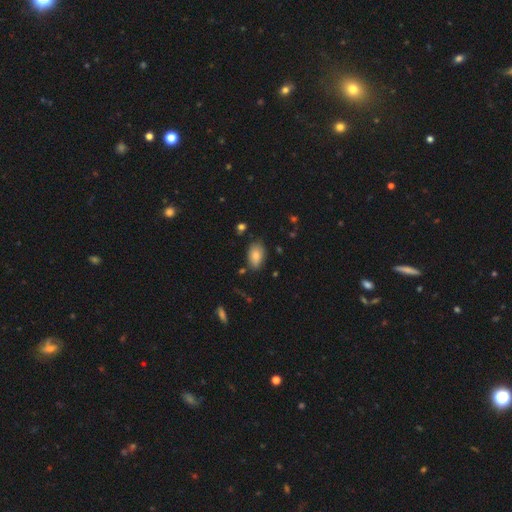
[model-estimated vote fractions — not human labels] smooth-or-featured: smooth: 82% | featured or disk: 10% | star or artifact: 8%
  how-rounded: in between: 91% | round: 7% | cigar-shaped: 2%
  merging: none: 75% | minor disturbance: 18% | major disturbance: 4% | merger: 3%